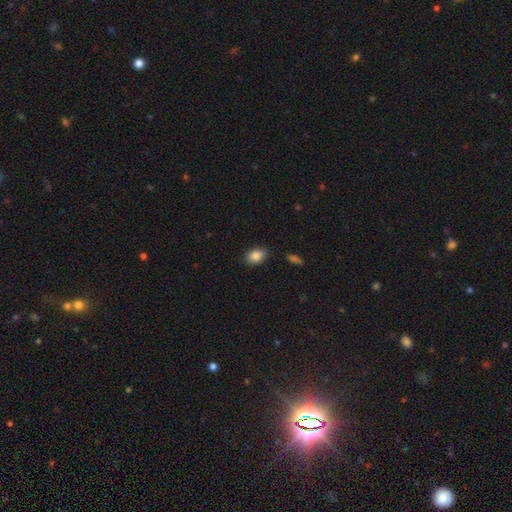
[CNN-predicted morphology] A smooth galaxy with no disk features (86%) that is in between round and cigar-shaped (83%). Merging: none (87%).